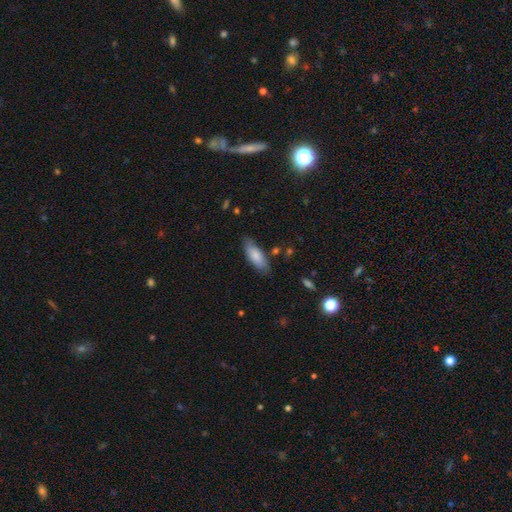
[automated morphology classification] A smooth galaxy with no disk features (80%) that is in between round and cigar-shaped (69%). Merging: none (79%).